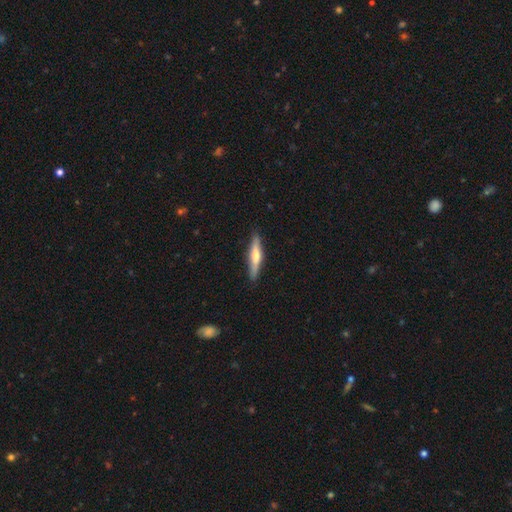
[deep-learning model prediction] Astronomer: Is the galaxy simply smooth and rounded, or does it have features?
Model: featured or disk — 47%, tied with smooth at 47%.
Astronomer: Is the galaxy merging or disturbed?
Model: none — 88%.